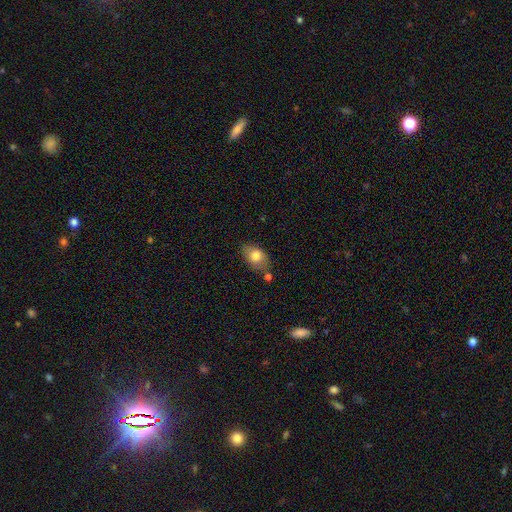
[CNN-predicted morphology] Smooth or featured? Predicted: smooth (p=0.77). How rounded? Predicted: in between (p=0.82). Merging? Predicted: none (p=0.65).